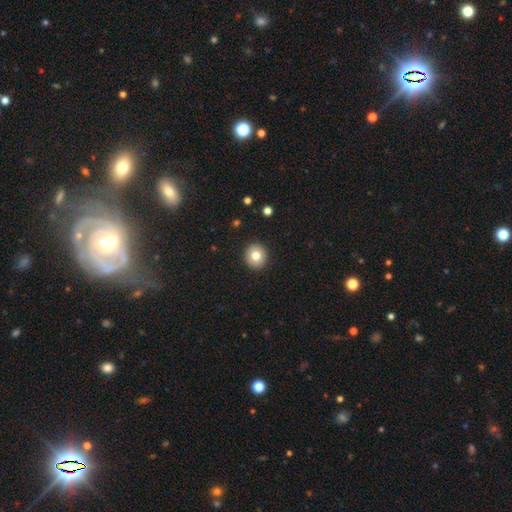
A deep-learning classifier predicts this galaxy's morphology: Overall: smooth (79%). How rounded: round (87%). Merging: none (92%).